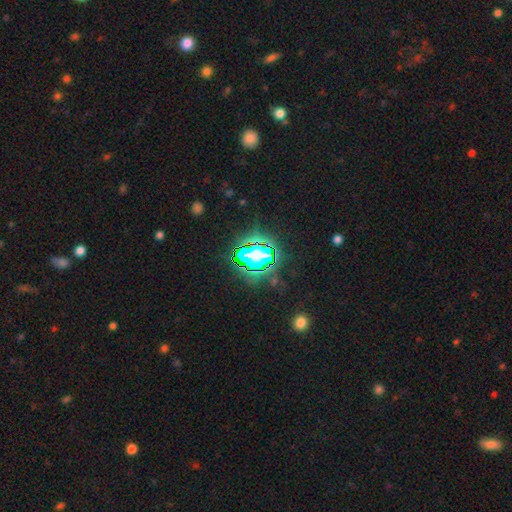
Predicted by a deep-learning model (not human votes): This is likely a star or artifact rather than a galaxy (80%).